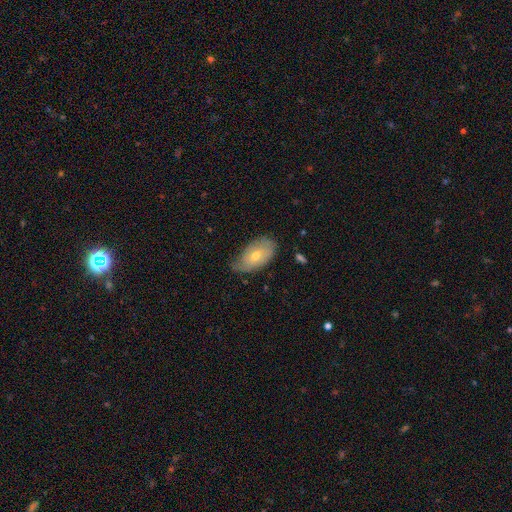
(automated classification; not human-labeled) smooth 51%, featured or disk 41%, star or artifact 8%. Down the decision tree: how rounded — in between (91%); merging — none (54%).